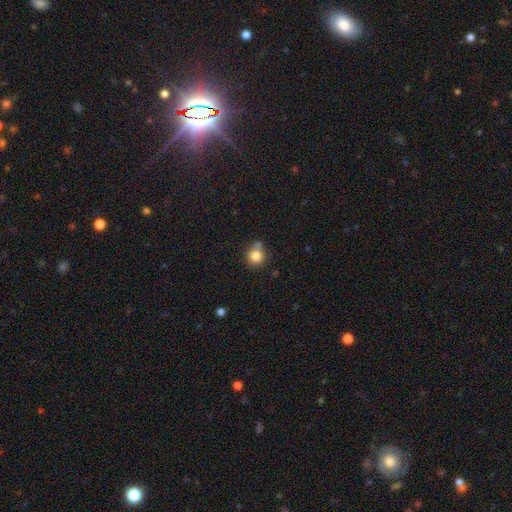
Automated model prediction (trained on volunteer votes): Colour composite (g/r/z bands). It shows a smooth galaxy with no disk features (82%) that is round (89%). Merging: none (65%).